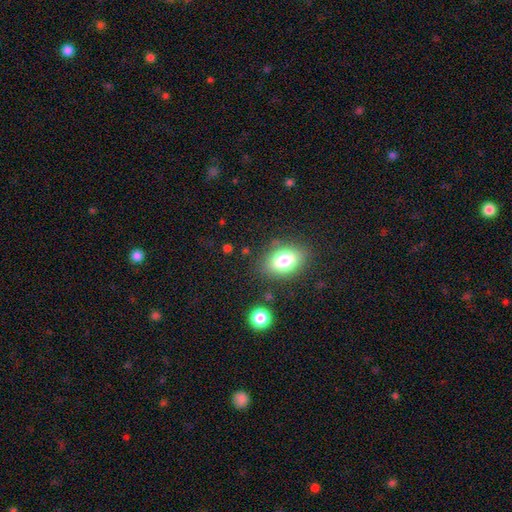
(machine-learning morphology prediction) A smooth galaxy with no disk features (78%) that is in between round and cigar-shaped (81%). Merging: none (85%).